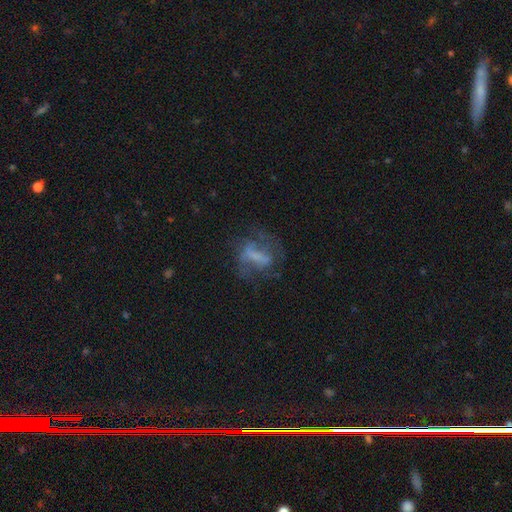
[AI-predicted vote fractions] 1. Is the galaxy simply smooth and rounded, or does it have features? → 55% featured or disk, 31% smooth, 14% star or artifact.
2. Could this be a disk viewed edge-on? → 92% no, 8% yes.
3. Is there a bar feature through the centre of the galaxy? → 37% strong, 32% no, 31% weak.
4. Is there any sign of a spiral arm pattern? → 52% no, 48% yes.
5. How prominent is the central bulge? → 52% none, 19% small, 17% moderate, 9% large, 2% dominant.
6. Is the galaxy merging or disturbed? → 47% none, 30% major disturbance, 20% minor disturbance, 3% merger.